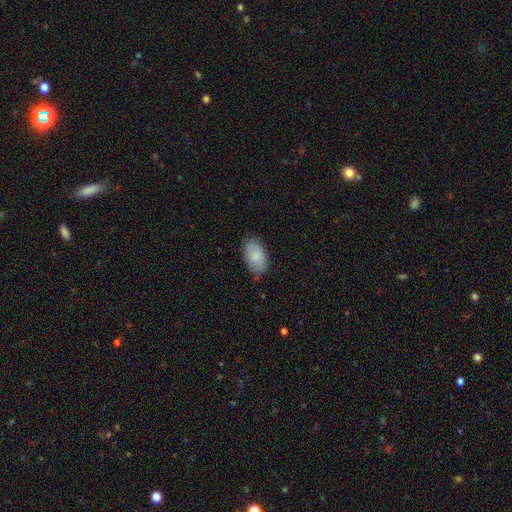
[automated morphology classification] smooth_or_featured: smooth (p=0.76) [alt: featured or disk p=0.18]
how_rounded: in between (p=0.94) [alt: round p=0.04]
merging: none (p=0.75) [alt: minor disturbance p=0.20]